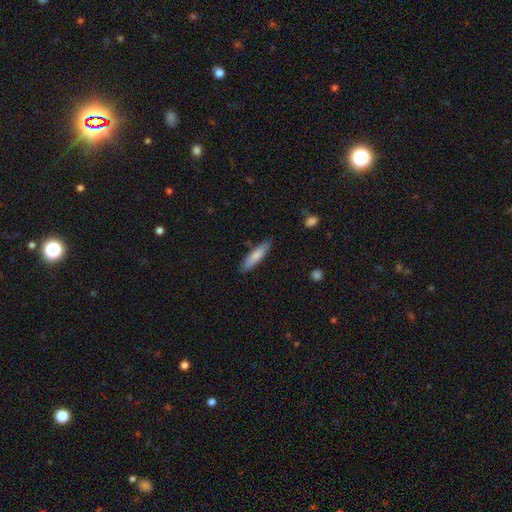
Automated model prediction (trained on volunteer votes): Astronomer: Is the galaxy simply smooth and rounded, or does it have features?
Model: smooth — 78%.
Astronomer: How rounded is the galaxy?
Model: cigar-shaped — 76%.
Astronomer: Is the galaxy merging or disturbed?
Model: none — 85%.